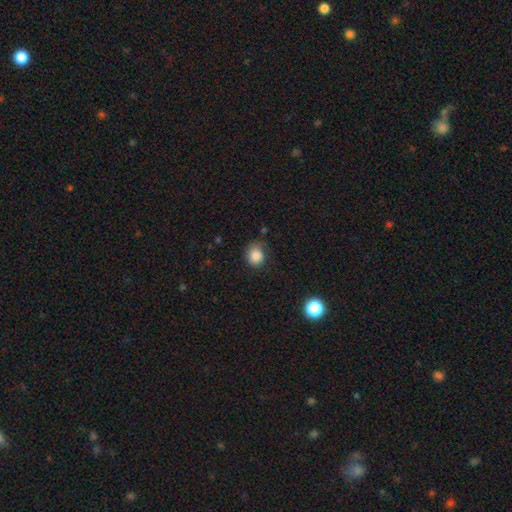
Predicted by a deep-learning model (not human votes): smooth 85%, star or artifact 9%, featured or disk 5%. Down the decision tree: how rounded — round (70%); merging — none (63%).